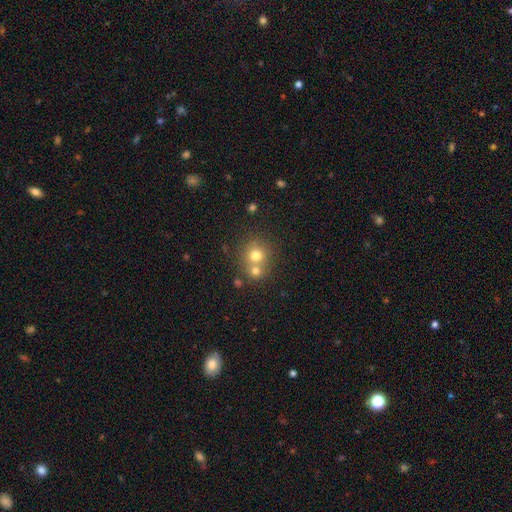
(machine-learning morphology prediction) The model was most divided on "merging": none: 49%, merger: 42%, minor disturbance: 7%, major disturbance: 3%. More confident: how rounded — round (87%); smooth or featured — smooth (72%).